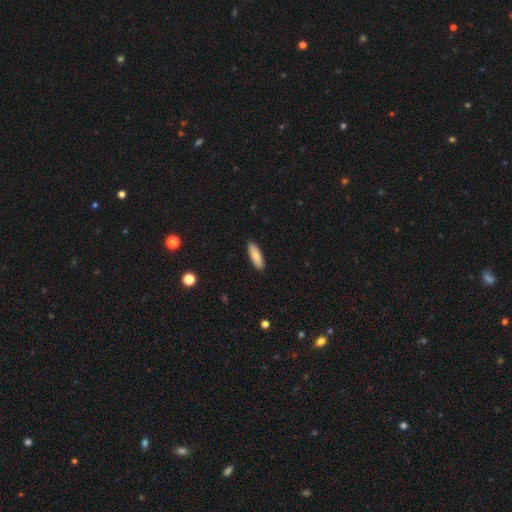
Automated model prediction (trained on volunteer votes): Smooth or featured?
  - smooth: 84% *
  - featured or disk: 10%
  - star or artifact: 6%
How rounded?
  - in between: 51% *
  - cigar-shaped: 47%
  - round: 2%
Merging?
  - none: 91% *
  - minor disturbance: 7%
  - major disturbance: 1%
  - merger: 1%